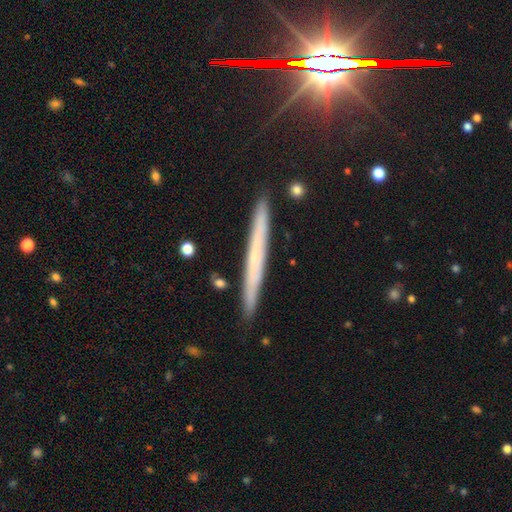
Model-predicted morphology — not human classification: type=featured or disk (48%); merging=none (90%).